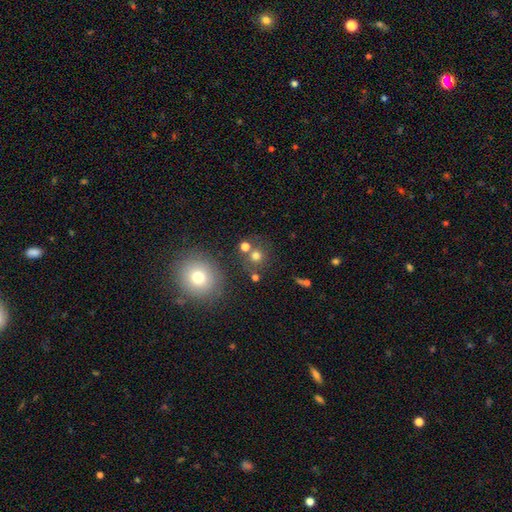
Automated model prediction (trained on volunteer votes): smooth-or-featured: smooth: 71% | star or artifact: 18% | featured or disk: 11%
  how-rounded: round: 89% | in between: 10% | cigar-shaped: 1%
  merging: none: 67% | merger: 21% | minor disturbance: 8% | major disturbance: 4%